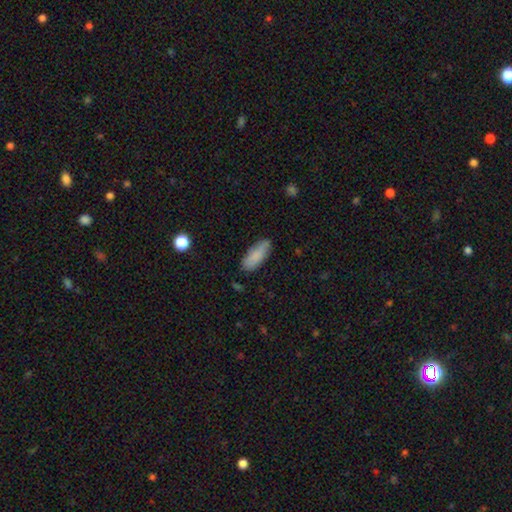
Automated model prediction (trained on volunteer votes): The model was most divided on "how rounded": in between: 73%, cigar-shaped: 25%, round: 2%. More confident: smooth or featured — smooth (84%); merging — none (77%).